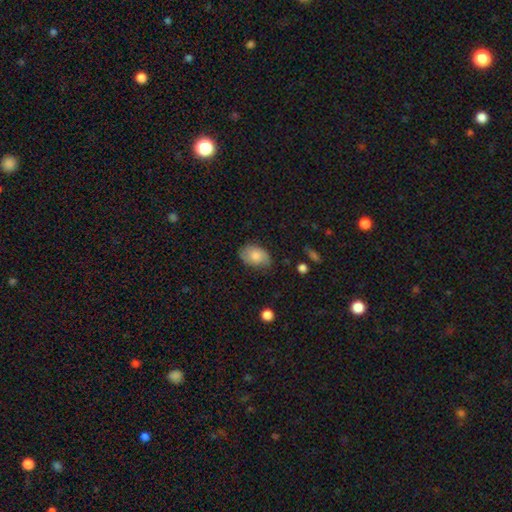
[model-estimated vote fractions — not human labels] Smooth or featured? smooth (80%)
How rounded? in between (88%)
Merging? none (70%)